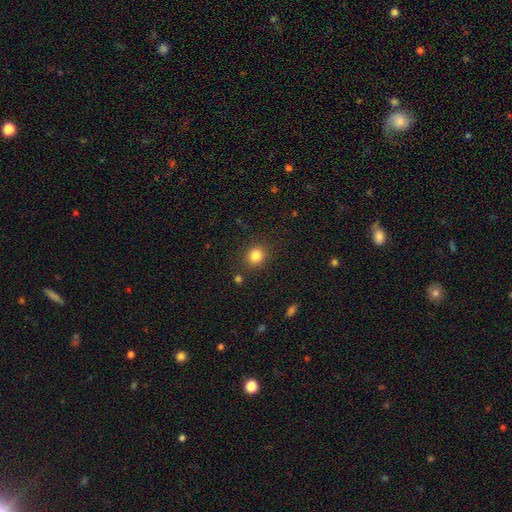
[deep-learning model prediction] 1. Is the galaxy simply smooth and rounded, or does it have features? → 83% smooth, 12% star or artifact, 5% featured or disk.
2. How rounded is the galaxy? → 83% round, 16% in between, 1% cigar-shaped.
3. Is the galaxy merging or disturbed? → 88% none, 7% minor disturbance, 3% major disturbance, 2% merger.